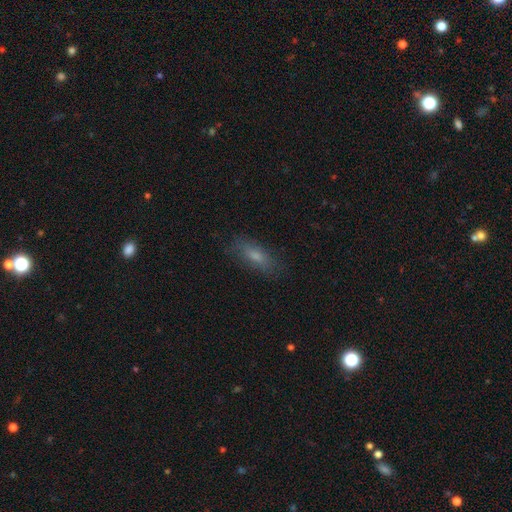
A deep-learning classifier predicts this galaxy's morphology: Smooth or featured? Predicted: smooth (p=0.72). How rounded? Predicted: in between (p=0.63). Merging? Predicted: none (p=0.80).